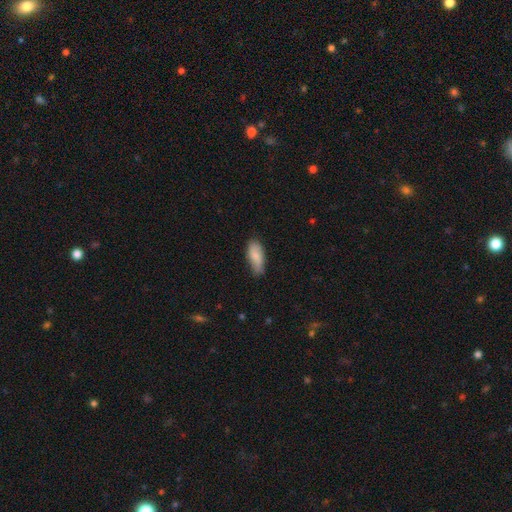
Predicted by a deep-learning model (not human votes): Smooth or featured? smooth (80%)
How rounded? in between (81%)
Merging? none (64%)